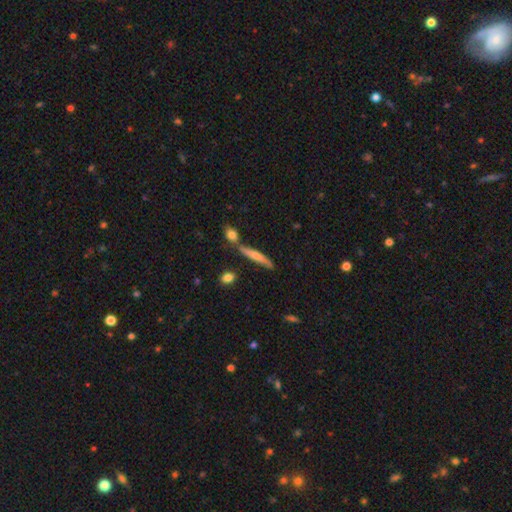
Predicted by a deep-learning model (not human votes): smooth-or-featured: smooth: 61% | featured or disk: 32% | star or artifact: 7%
  how-rounded: cigar-shaped: 89% | in between: 9% | round: 2%
  merging: none: 68% | minor disturbance: 15% | merger: 13% | major disturbance: 4%